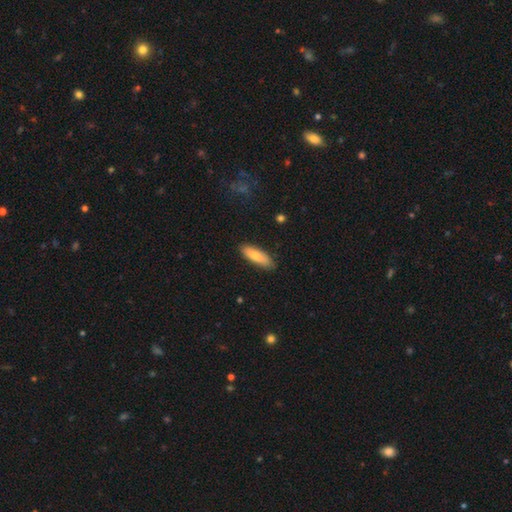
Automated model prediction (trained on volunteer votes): A smooth galaxy with no disk features (76%) that is in between round and cigar-shaped (55%). Merging: none (86%).